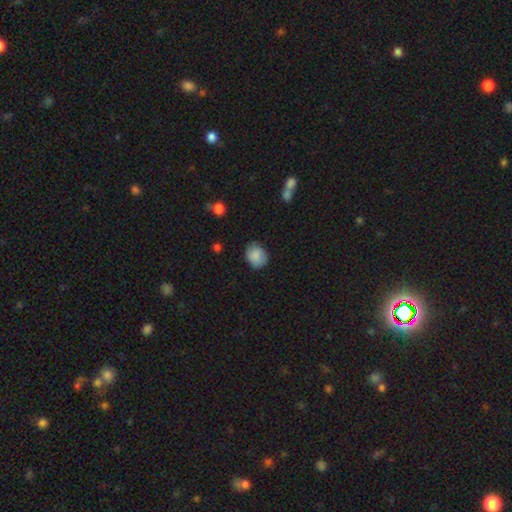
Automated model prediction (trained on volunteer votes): smooth 85%, star or artifact 7%, featured or disk 7%. Down the decision tree: how rounded — round (57%); merging — none (73%).